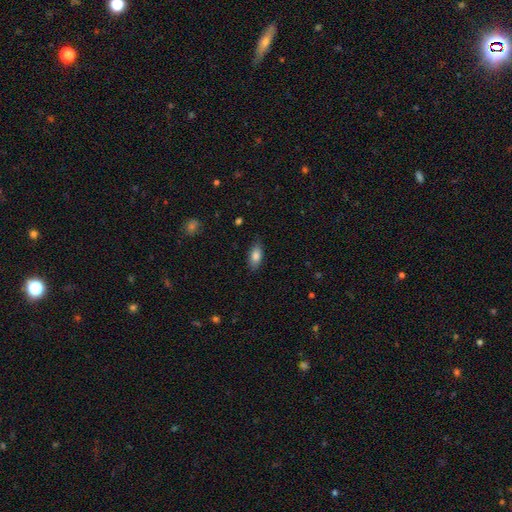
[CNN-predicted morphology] This appears to be a smooth galaxy with no disk features (83%) that is in between round and cigar-shaped (86%). Merging: none (84%).